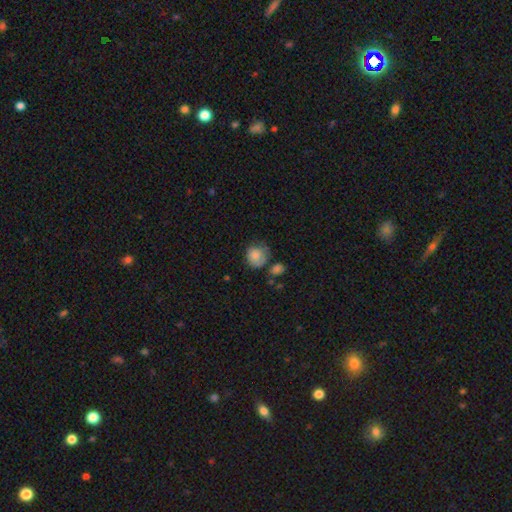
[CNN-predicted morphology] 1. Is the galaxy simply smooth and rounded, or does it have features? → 78% smooth, 14% featured or disk, 8% star or artifact.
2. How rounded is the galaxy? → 76% round, 23% in between, 1% cigar-shaped.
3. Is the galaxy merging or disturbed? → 48% none, 30% minor disturbance, 13% major disturbance, 9% merger.